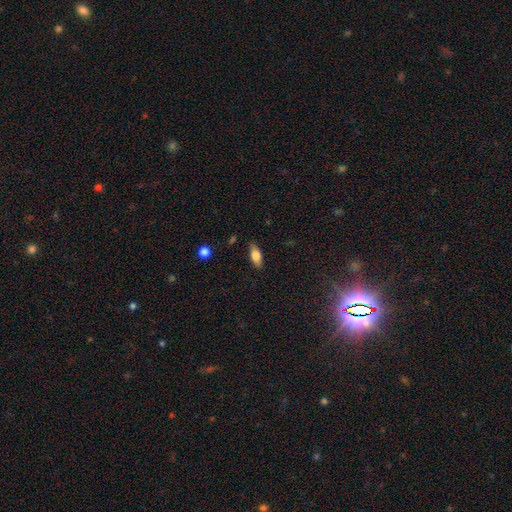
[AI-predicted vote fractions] Morphology: type=smooth (73%); roundness=in between (77%); merging=none (84%).